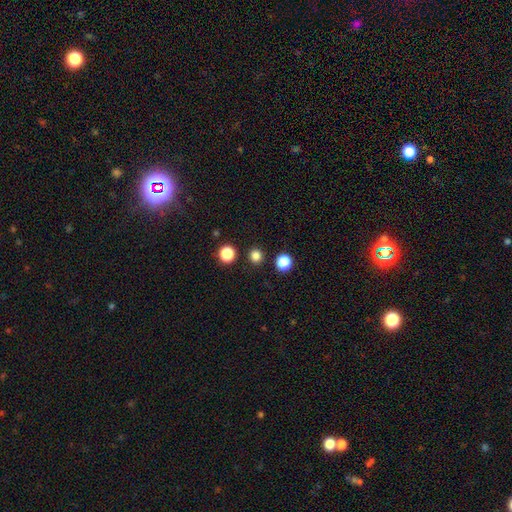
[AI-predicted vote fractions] smooth-or-featured: smooth: 81% | star or artifact: 16% | featured or disk: 3%
  how-rounded: round: 93% | in between: 6% | cigar-shaped: 1%
  merging: none: 89% | minor disturbance: 5% | merger: 4% | major disturbance: 2%